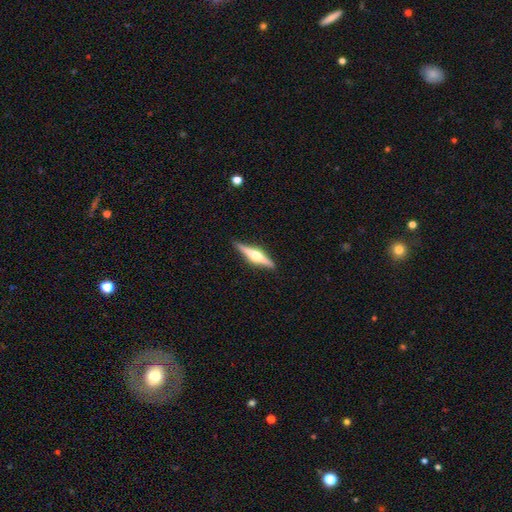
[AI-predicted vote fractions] A featured or disk galaxy (75%) viewed edge-on (98%) with a rounded central bulge (93%). Merging: none (90%).